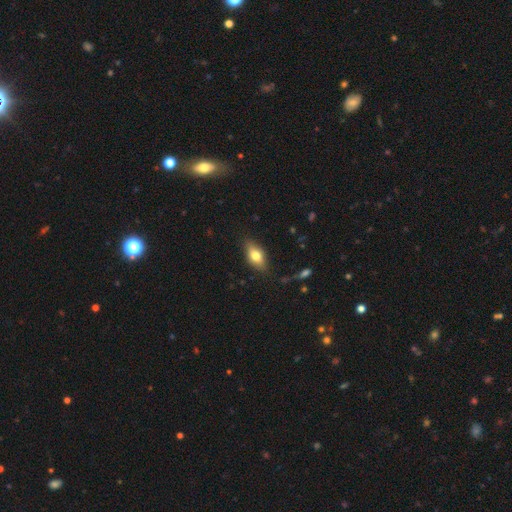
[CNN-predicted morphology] Smooth or featured? Predicted: smooth (p=0.69). How rounded? Predicted: in between (p=0.82). Merging? Predicted: none (p=0.82).